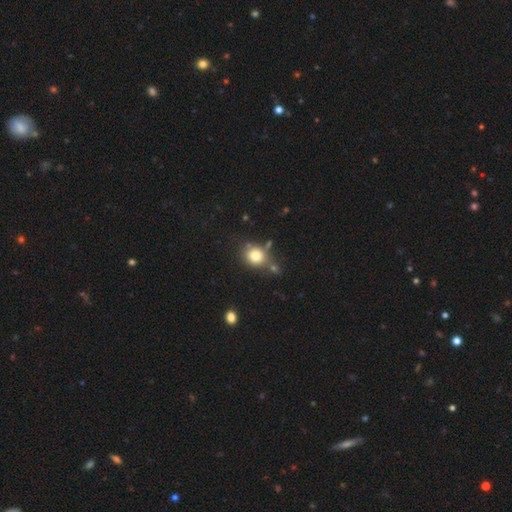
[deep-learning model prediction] Q: Smooth or featured?
A: smooth (78%); runner-up: star or artifact (12%)
Q: How rounded?
A: round (72%); runner-up: in between (27%)
Q: Merging?
A: none (62%); runner-up: merger (16%)